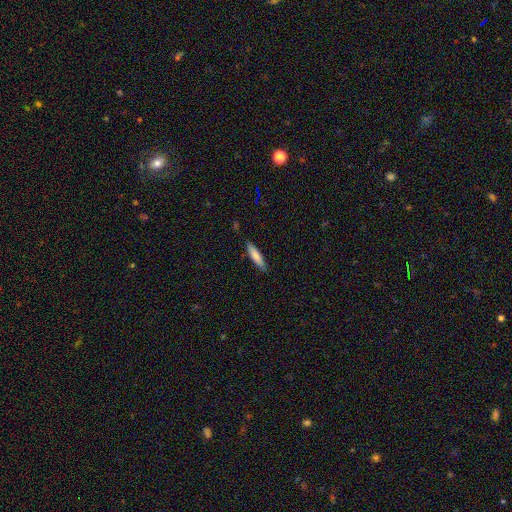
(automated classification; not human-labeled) Overall: smooth (77%). How rounded: cigar-shaped (78%). Merging: none (87%).